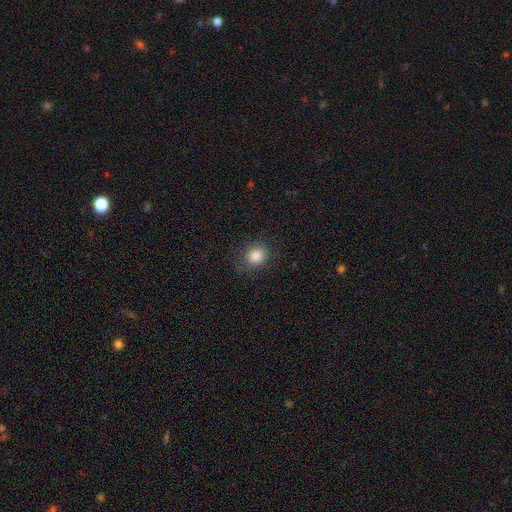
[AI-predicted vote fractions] The model was most divided on "how rounded": round: 73%, in between: 27%, cigar-shaped: 1%. More confident: smooth or featured — smooth (85%); merging — none (82%).